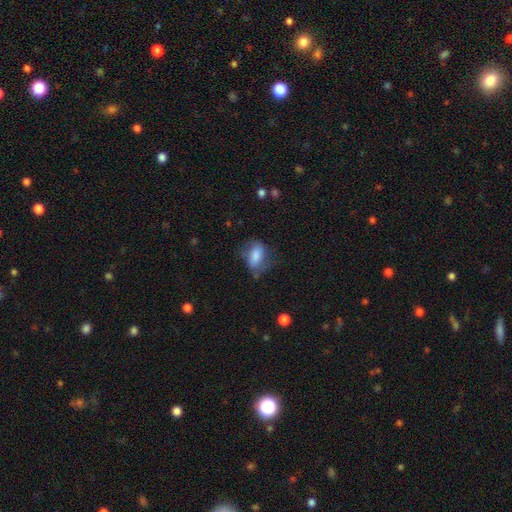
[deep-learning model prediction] smooth 71%, featured or disk 21%, star or artifact 8%. Down the decision tree: how rounded — in between (87%); merging — none (52%).